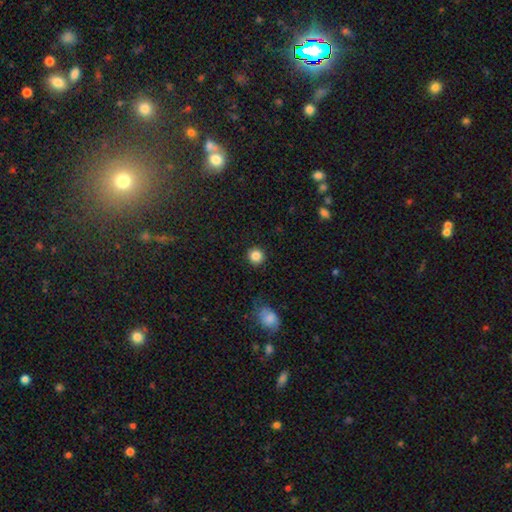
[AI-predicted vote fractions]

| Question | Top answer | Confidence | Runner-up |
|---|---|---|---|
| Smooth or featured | smooth | 85% | star or artifact (10%) |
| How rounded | round | 94% | in between (5%) |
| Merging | none | 91% | minor disturbance (6%) |